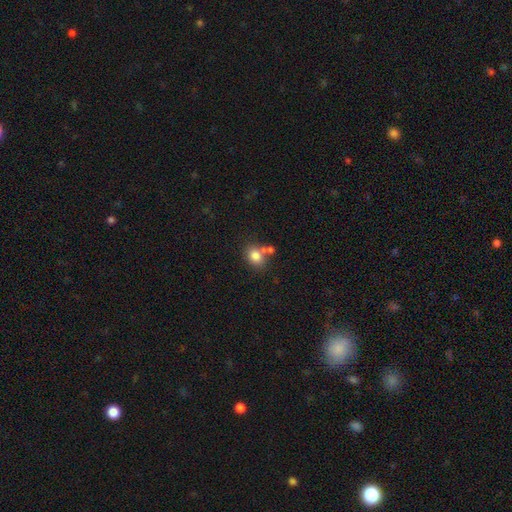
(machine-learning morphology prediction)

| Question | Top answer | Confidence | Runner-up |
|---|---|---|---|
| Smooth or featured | smooth | 82% | star or artifact (10%) |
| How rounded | round | 53% | in between (46%) |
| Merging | none | 56% | merger (27%) |